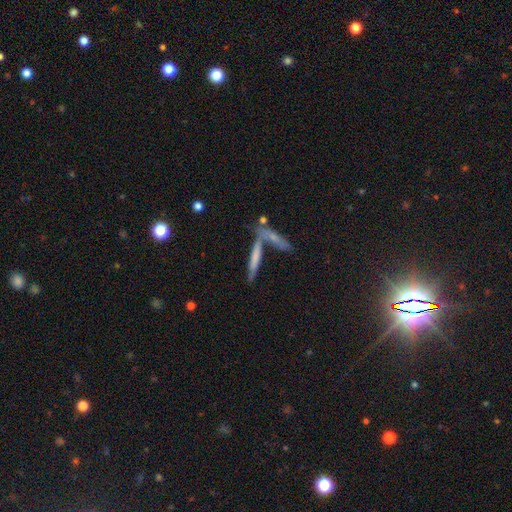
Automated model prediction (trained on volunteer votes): The model was most divided on "merging": none: 53%, merger: 33%, minor disturbance: 10%, major disturbance: 4%. More confident: how rounded — cigar-shaped (88%); smooth or featured — smooth (55%).